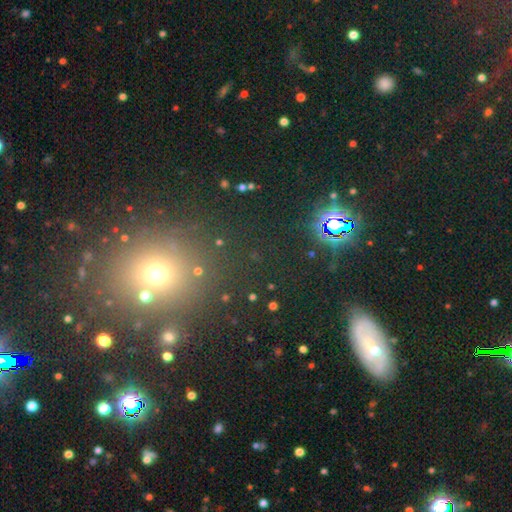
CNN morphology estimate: Smooth or featured? star or artifact (48%)